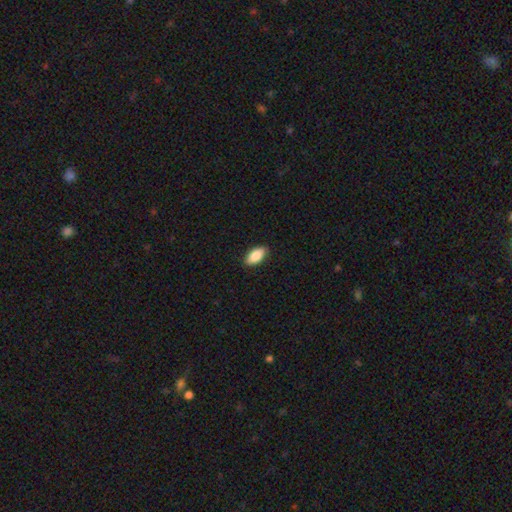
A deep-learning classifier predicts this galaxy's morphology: Q: Smooth or featured?
A: smooth (87%); runner-up: featured or disk (7%)
Q: How rounded?
A: in between (92%); runner-up: cigar-shaped (5%)
Q: Merging?
A: none (89%); runner-up: minor disturbance (8%)